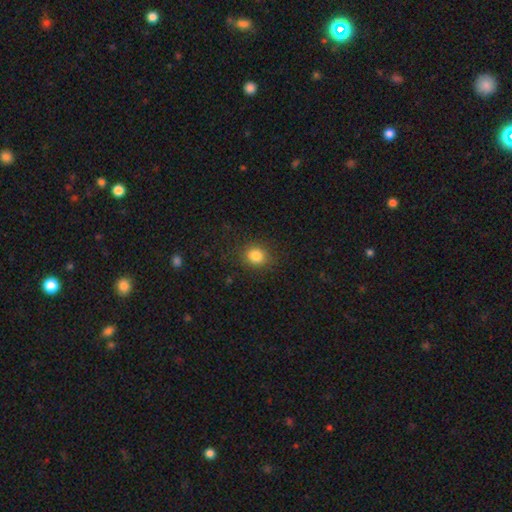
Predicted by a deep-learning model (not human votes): smooth-or-featured: smooth: 83% | star or artifact: 12% | featured or disk: 5%
  how-rounded: round: 74% | in between: 25% | cigar-shaped: 1%
  merging: none: 86% | minor disturbance: 10% | major disturbance: 3% | merger: 1%